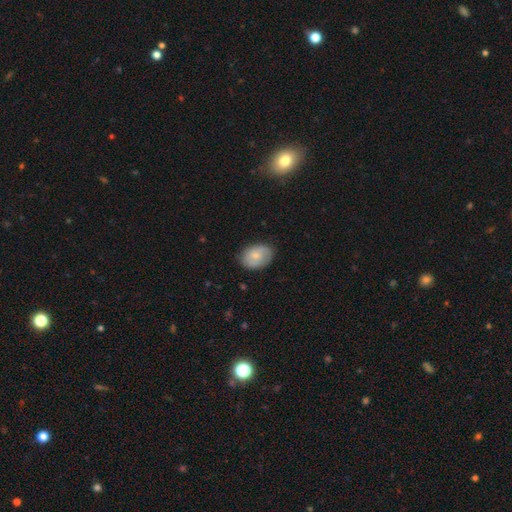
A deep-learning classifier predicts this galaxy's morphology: smooth_or_featured: smooth (p=0.70) [alt: featured or disk p=0.23]
how_rounded: in between (p=0.76) [alt: round p=0.23]
merging: none (p=0.78) [alt: minor disturbance p=0.17]